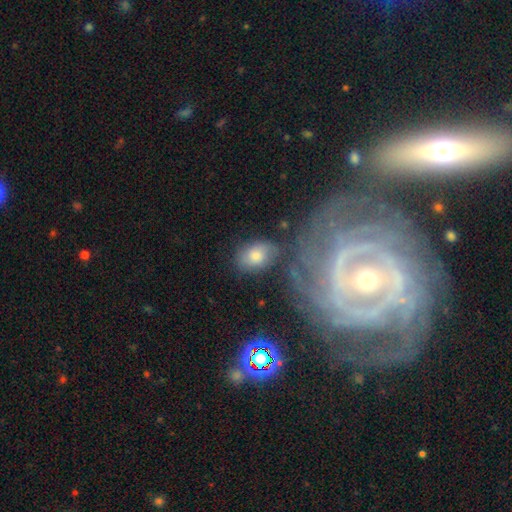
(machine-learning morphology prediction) Smooth or featured: smooth — 68% (featured or disk — 23%)
How rounded: in between — 80% (round — 18%)
Merging: none — 58% (minor disturbance — 20%)